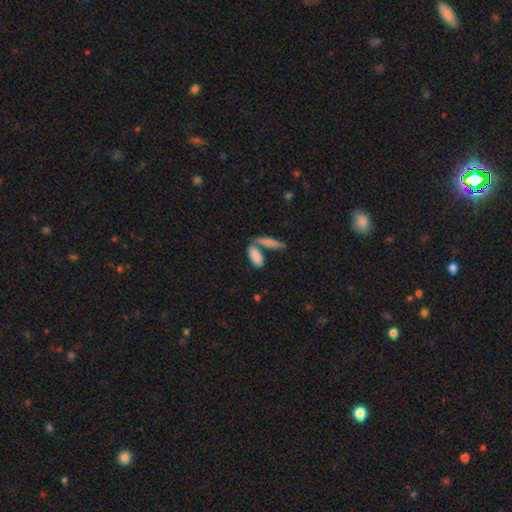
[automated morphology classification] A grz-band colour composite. It shows a smooth galaxy with no disk features (85%) that is in between round and cigar-shaped (74%). Merging: none (54%).